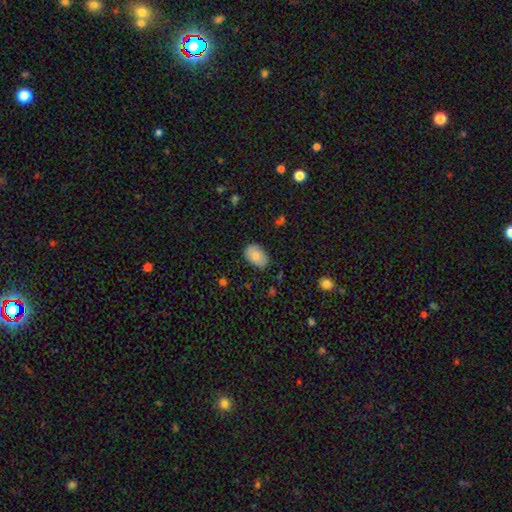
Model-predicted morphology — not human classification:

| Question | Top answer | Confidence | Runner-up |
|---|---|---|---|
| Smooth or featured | smooth | 81% | featured or disk (12%) |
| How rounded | in between | 87% | round (12%) |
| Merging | none | 79% | minor disturbance (17%) |